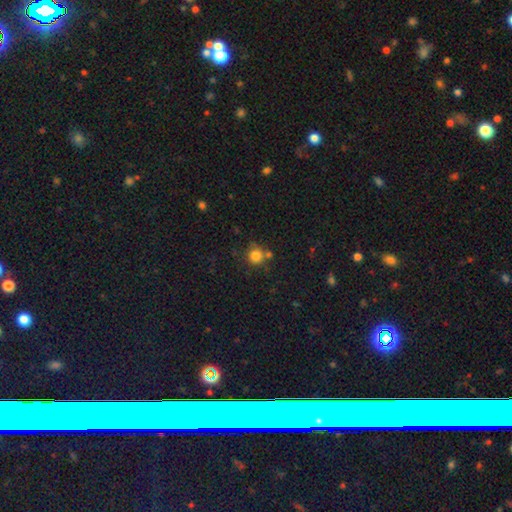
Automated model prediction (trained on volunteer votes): smooth 82%, star or artifact 12%, featured or disk 6%. Down the decision tree: how rounded — round (92%); merging — none (69%).